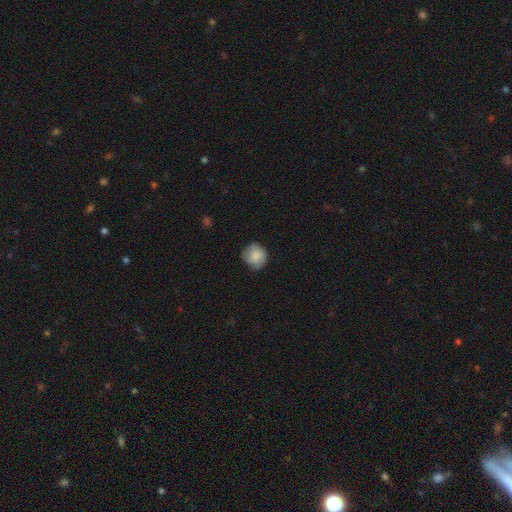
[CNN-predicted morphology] Smooth or featured? smooth (81%)
How rounded? round (89%)
Merging? none (77%)